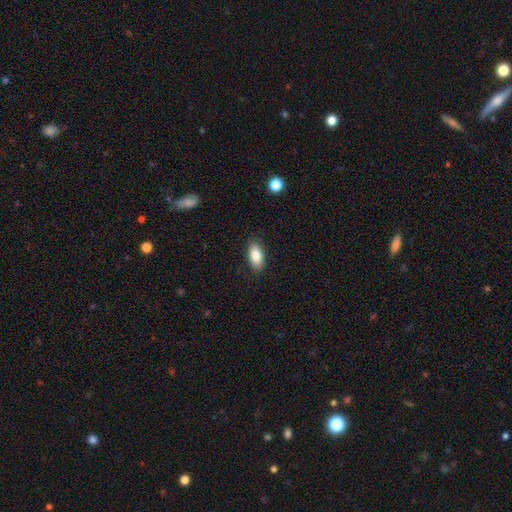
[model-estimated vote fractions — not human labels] This appears to be a smooth galaxy with no disk features (84%) that is in between round and cigar-shaped (90%). Merging: none (87%).